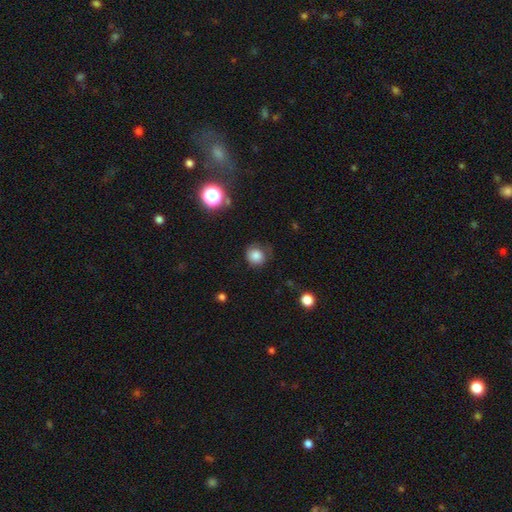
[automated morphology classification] Smooth or featured: smooth — 80% (star or artifact — 11%)
How rounded: round — 86% (in between — 13%)
Merging: none — 62% (minor disturbance — 25%)